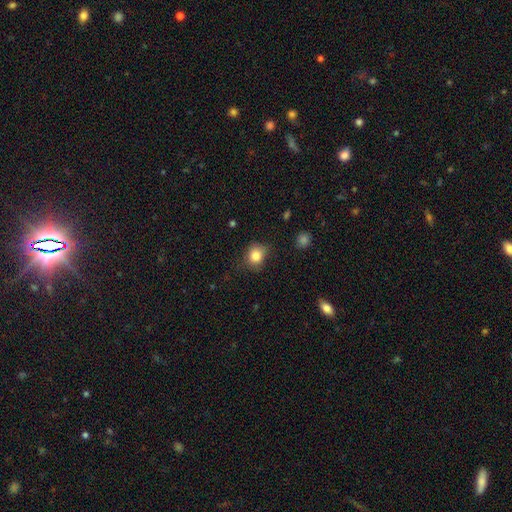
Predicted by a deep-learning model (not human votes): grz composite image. It shows a smooth galaxy with no disk features (83%) that is round (70%). Merging: none (73%).